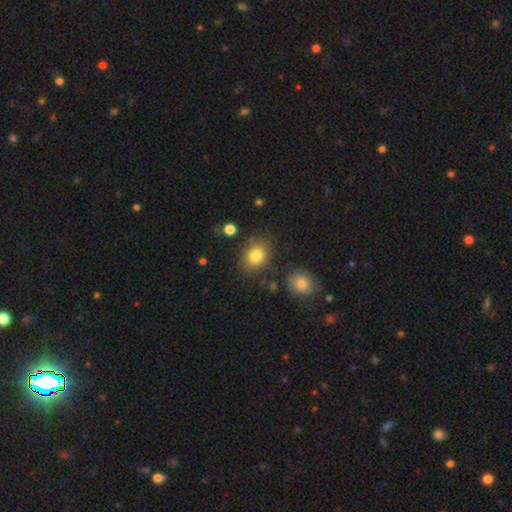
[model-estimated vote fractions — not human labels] Overall: smooth (82%). How rounded: round (50%; in between 49%). Merging: none (79%).